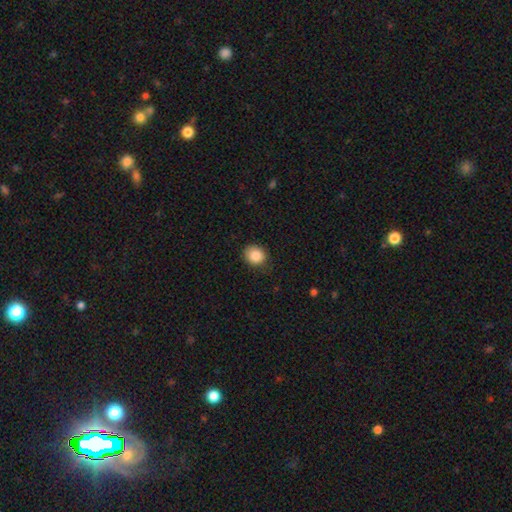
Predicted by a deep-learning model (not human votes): Smooth or featured: smooth — 86% (star or artifact — 9%)
How rounded: round — 72% (in between — 27%)
Merging: none — 81% (minor disturbance — 15%)